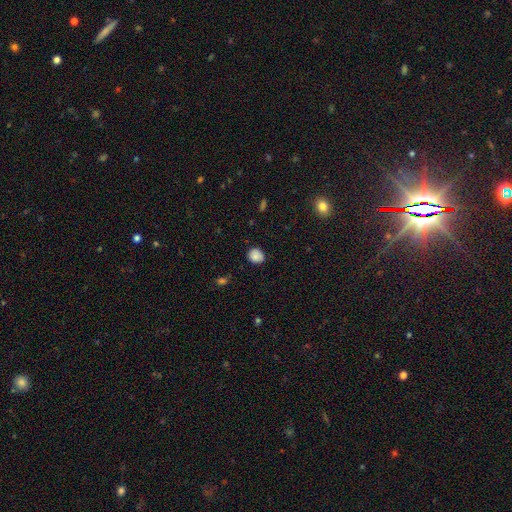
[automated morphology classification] Smooth or featured? smooth (85%)
How rounded? round (72%)
Merging? none (81%)